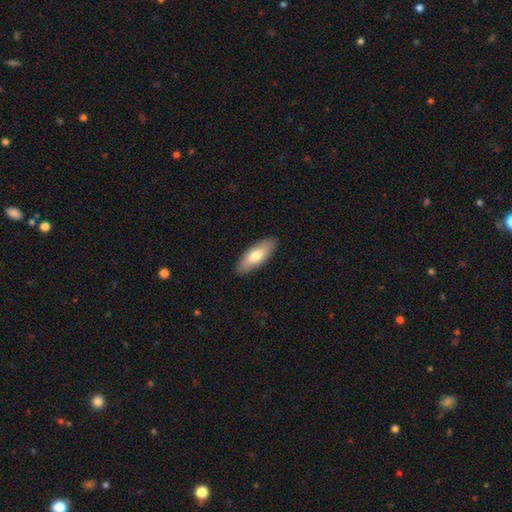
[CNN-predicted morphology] Smooth or featured? Predicted: smooth (p=0.70). How rounded? Predicted: in between (p=0.74). Merging? Predicted: none (p=0.89).